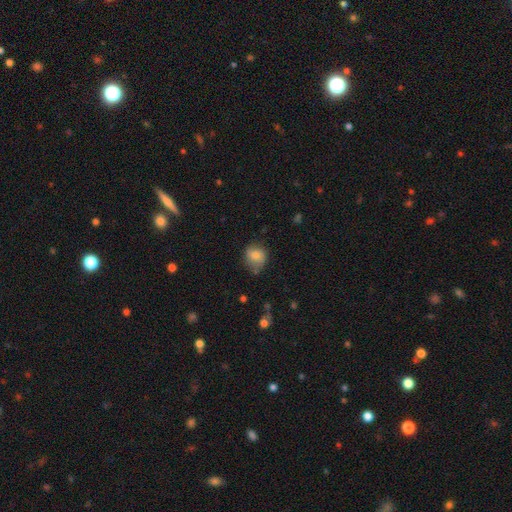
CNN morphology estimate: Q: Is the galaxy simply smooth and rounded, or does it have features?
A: smooth — 73%.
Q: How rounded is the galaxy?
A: round — 67%.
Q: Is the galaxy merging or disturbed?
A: none — 59%.